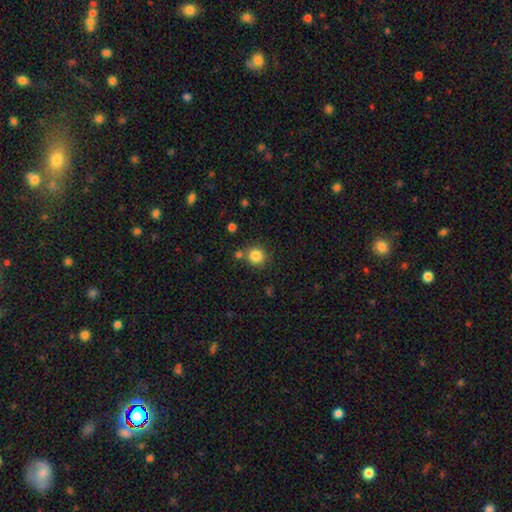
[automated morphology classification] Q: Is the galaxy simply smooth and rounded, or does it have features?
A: smooth — 84%.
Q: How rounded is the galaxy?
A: round — 90%.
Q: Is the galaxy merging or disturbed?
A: none — 76%.